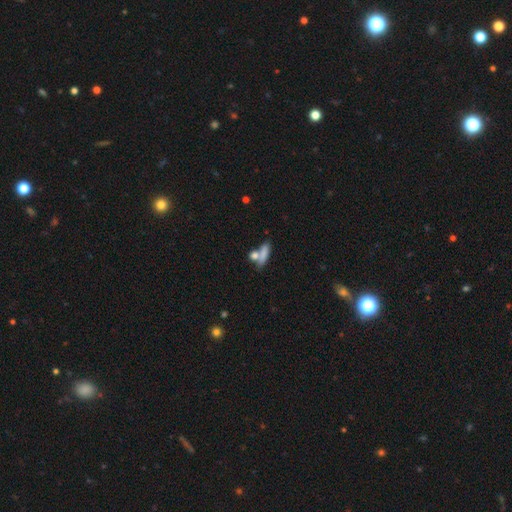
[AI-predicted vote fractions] This appears to be a smooth galaxy with no disk features (76%) that is in between round and cigar-shaped (43%). Merging: none (44%).